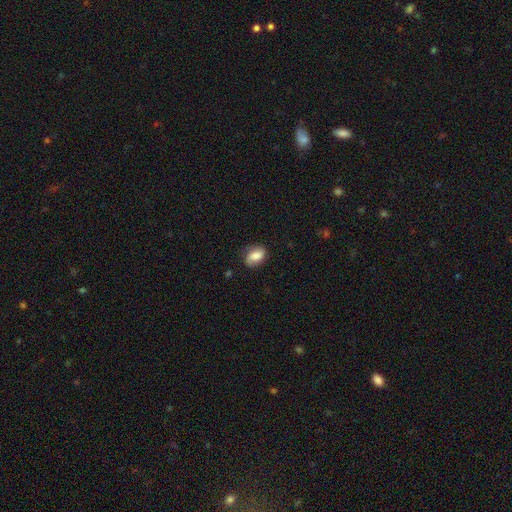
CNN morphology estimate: A smooth galaxy with no disk features (74%) that is in between round and cigar-shaped (82%). Merging: none (68%).